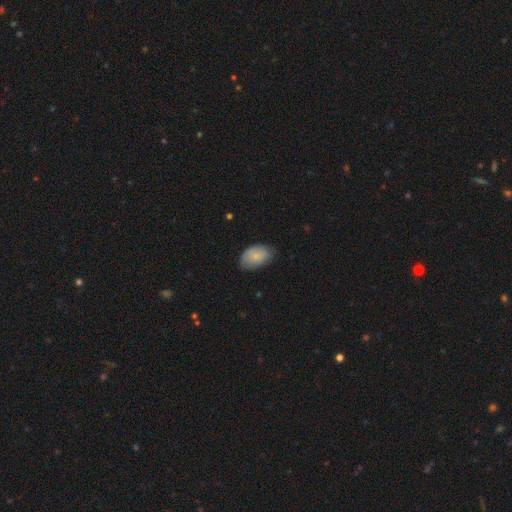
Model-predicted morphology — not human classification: Overall: smooth (78%). How rounded: in between (90%). Merging: none (68%).